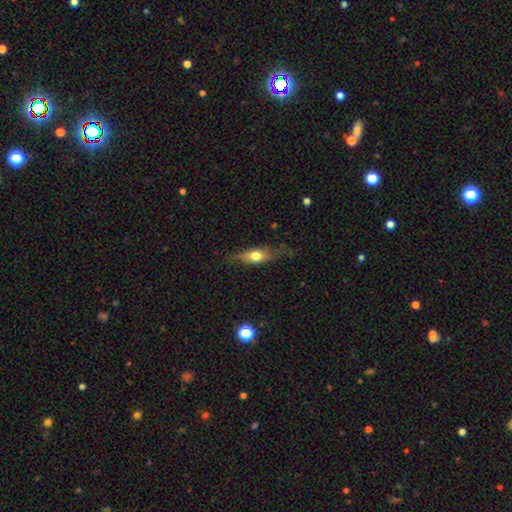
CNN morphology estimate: Smooth or featured?
  - smooth: 56% *
  - featured or disk: 37%
  - star or artifact: 7%
How rounded?
  - in between: 55% *
  - cigar-shaped: 39%
  - round: 6%
Merging?
  - none: 71% *
  - minor disturbance: 21%
  - major disturbance: 6%
  - merger: 2%